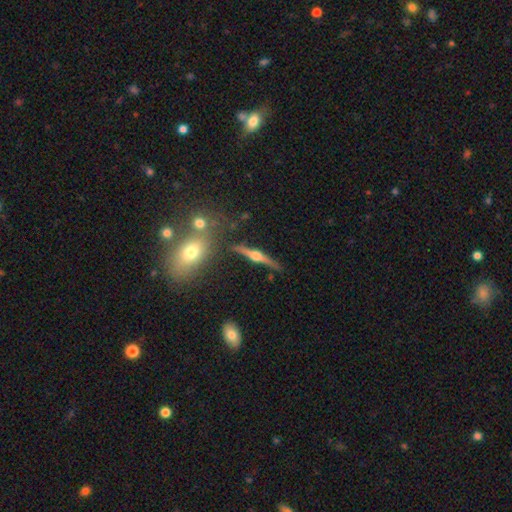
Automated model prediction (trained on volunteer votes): featured or disk 83%, smooth 11%, star or artifact 7%. Down the decision tree: edge-on disk — yes (97%); edge-on bulge — rounded (94%); merging — none (81%).